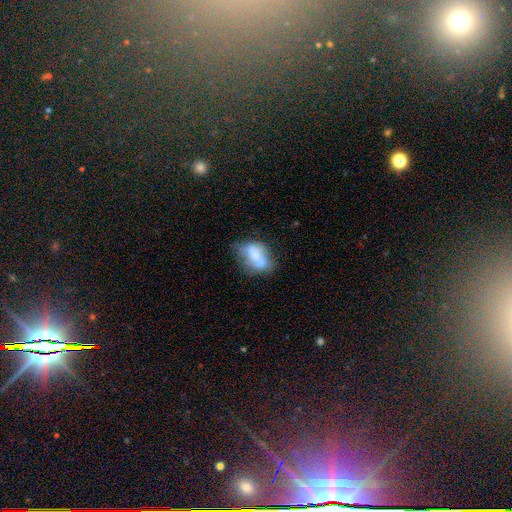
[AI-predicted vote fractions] smooth_or_featured: smooth (p=0.55) [alt: featured or disk p=0.36]
how_rounded: in between (p=0.81) [alt: round p=0.17]
merging: merger (p=0.31) [alt: none p=0.30]